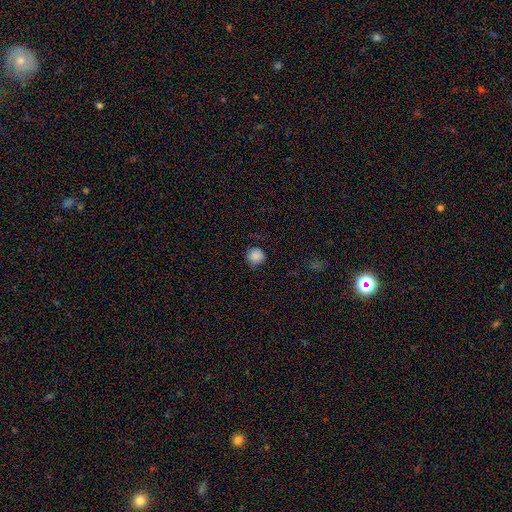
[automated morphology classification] smooth-or-featured: smooth: 85% | star or artifact: 11% | featured or disk: 4%
  how-rounded: round: 94% | in between: 5% | cigar-shaped: 1%
  merging: none: 83% | minor disturbance: 12% | major disturbance: 4% | merger: 1%